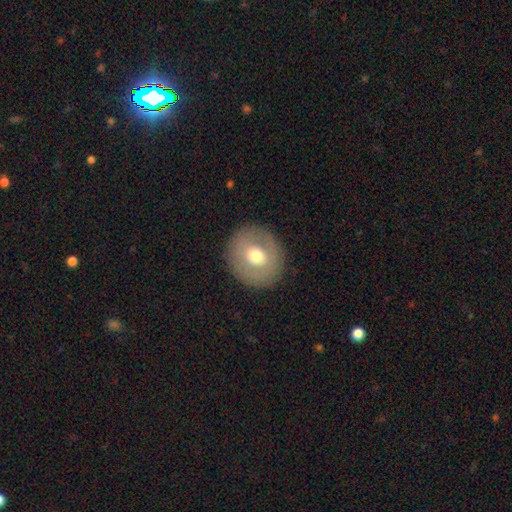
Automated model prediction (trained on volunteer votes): Smooth or featured: smooth — 58% (featured or disk — 34%)
How rounded: round — 82% (in between — 17%)
Merging: none — 87% (minor disturbance — 8%)